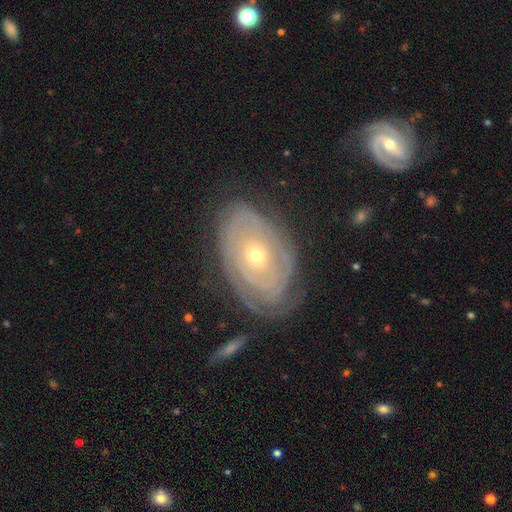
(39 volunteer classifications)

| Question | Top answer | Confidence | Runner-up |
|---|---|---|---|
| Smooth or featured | featured or disk | 85% | smooth (8%) |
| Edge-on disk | no | 97% | yes (3%) |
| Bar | no | 75% | weak (25%) |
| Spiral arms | yes | 88% | no (12%) |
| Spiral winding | tight | 75% | medium (21%) |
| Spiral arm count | can't tell | 61% | 2 (11%) |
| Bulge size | moderate | 50% | small (44%) |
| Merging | none | 75% | minor disturbance (19%) |